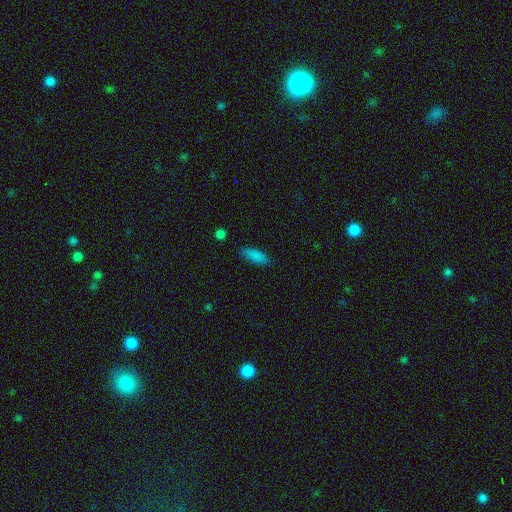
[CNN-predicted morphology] smooth 86%, star or artifact 8%, featured or disk 6%. Down the decision tree: how rounded — in between (63%); merging — none (84%).